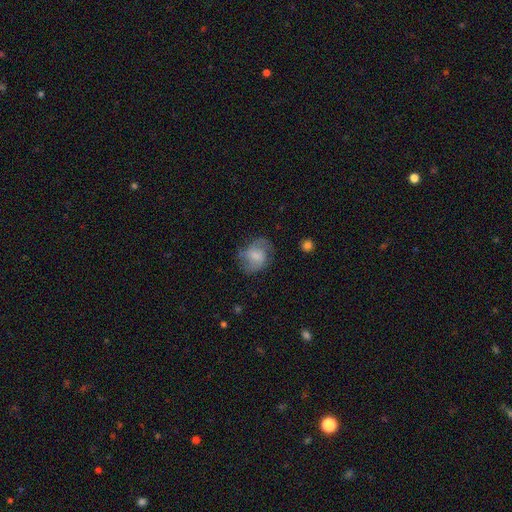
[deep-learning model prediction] The model was most divided on "how rounded": in between: 50%, round: 48%, cigar-shaped: 1%. More confident: merging — none (58%); smooth or featured — smooth (52%).